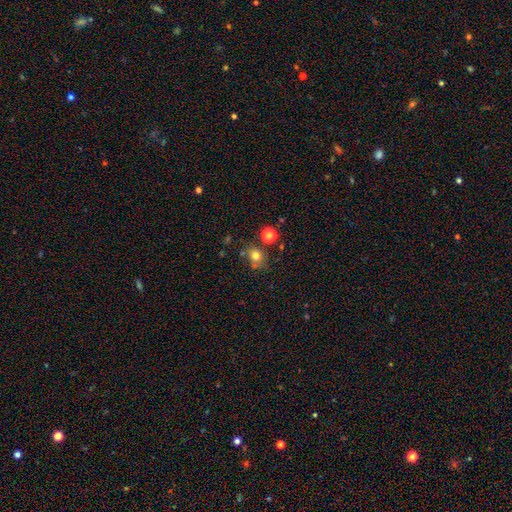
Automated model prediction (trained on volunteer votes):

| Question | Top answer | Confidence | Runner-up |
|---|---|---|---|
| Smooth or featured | smooth | 75% | star or artifact (16%) |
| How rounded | round | 69% | in between (30%) |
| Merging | none | 67% | minor disturbance (15%) |